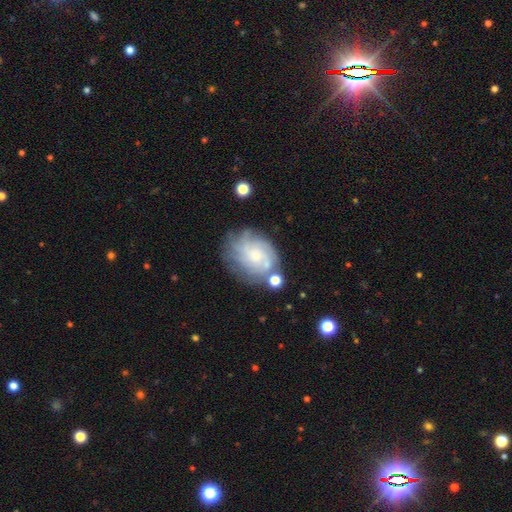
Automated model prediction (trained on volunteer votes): Smooth or featured: featured or disk — 62% (smooth — 28%)
Edge-on disk: no — 97% (yes — 3%)
Bar: no — 79% (weak — 18%)
Spiral arms: yes — 81% (no — 19%)
Bulge size: small — 73% (moderate — 19%)
Merging: none — 60% (minor disturbance — 21%)